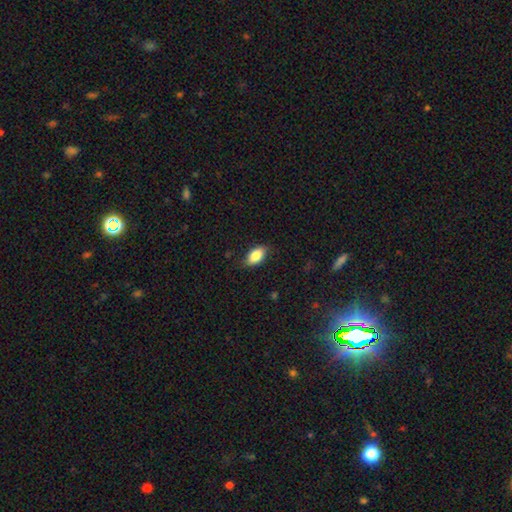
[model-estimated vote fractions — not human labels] Smooth or featured? Predicted: smooth (p=0.84). How rounded? Predicted: in between (p=0.91). Merging? Predicted: none (p=0.81).